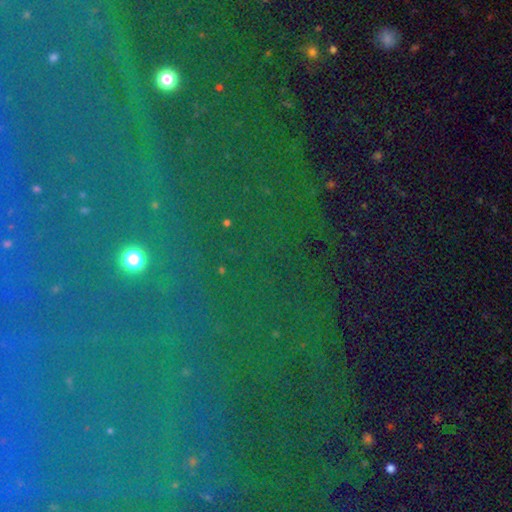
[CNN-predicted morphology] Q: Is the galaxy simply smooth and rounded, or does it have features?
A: star or artifact — 83%.